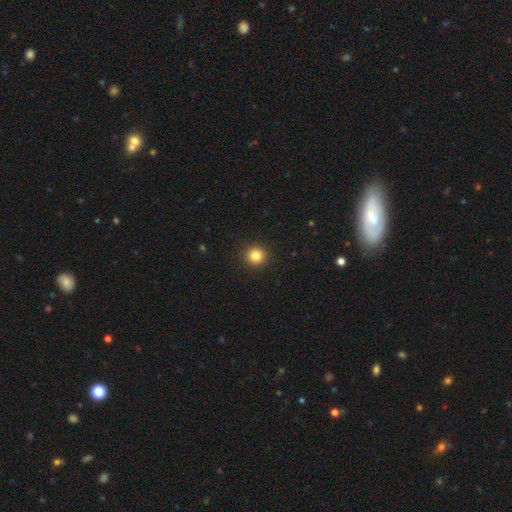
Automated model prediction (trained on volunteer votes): smooth 84%, star or artifact 11%, featured or disk 5%. Down the decision tree: how rounded — round (94%); merging — none (93%).